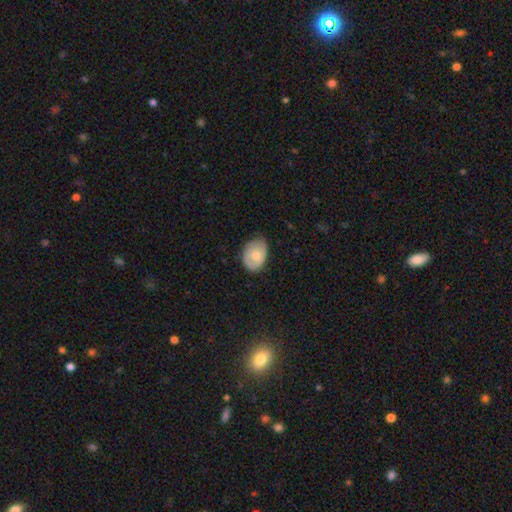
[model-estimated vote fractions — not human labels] A smooth galaxy with no disk features (70%) that is in between round and cigar-shaped (73%). Merging: none (64%).